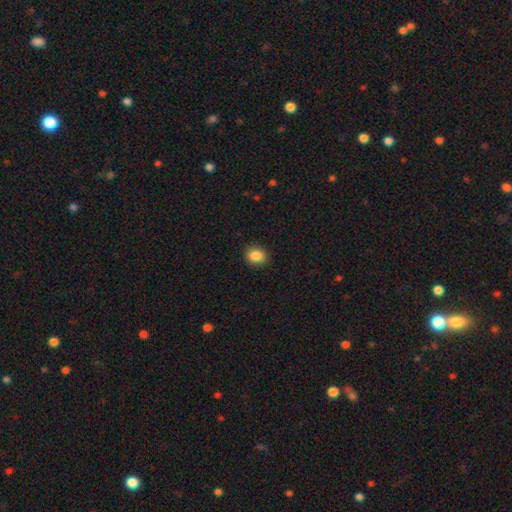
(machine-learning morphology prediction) Overall: smooth (87%). How rounded: round (66%; in between 33%). Merging: none (90%).